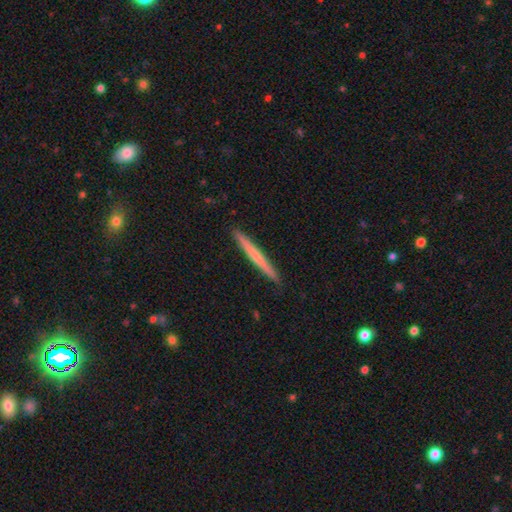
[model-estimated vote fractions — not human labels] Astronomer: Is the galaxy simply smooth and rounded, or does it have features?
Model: smooth — 54% (runner-up: featured or disk, 41%).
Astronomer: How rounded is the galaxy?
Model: cigar-shaped — 97%.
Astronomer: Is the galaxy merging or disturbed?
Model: none — 92%.